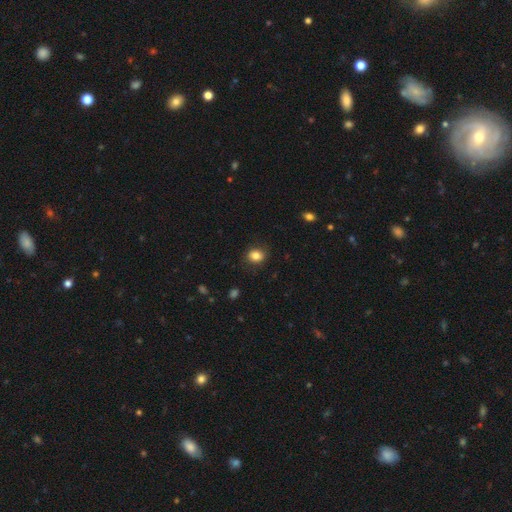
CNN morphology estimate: smooth 84%, star or artifact 9%, featured or disk 7%. Down the decision tree: how rounded — round (54%); merging — none (83%).